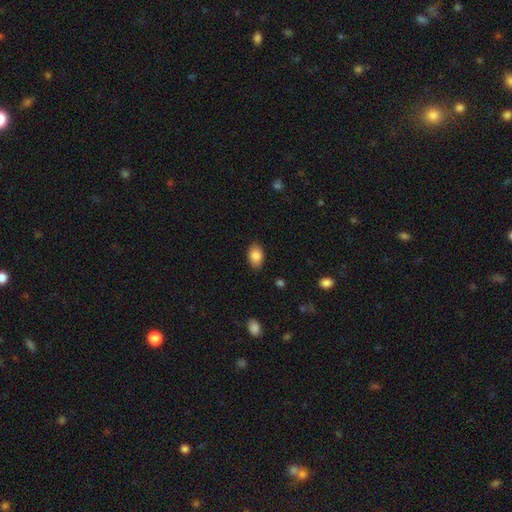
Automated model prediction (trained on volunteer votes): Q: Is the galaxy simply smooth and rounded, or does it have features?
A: smooth — 86%.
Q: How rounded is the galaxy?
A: in between — 88%.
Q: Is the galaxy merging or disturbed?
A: none — 86%.